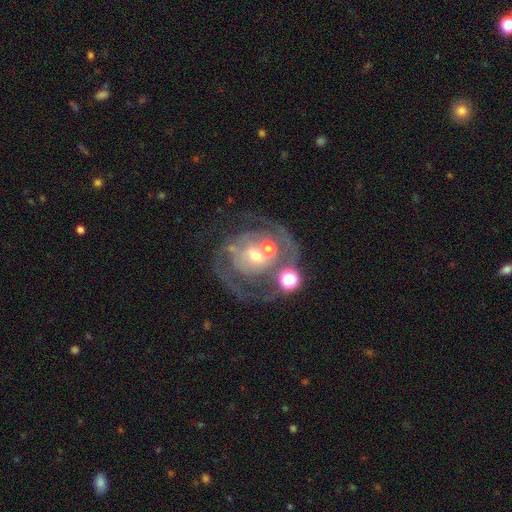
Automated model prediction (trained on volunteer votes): Morphology: type=featured or disk (80%); edge-on=no (97%); bar=no (62%); spiral arms=yes (87%); winding=tight (50%); arm count=2 (55%); bulge=small (51%); merging=none (44%).